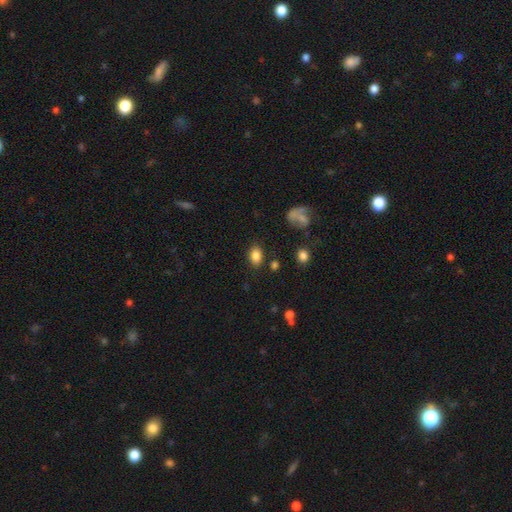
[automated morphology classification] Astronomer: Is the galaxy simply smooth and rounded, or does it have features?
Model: smooth — 84%.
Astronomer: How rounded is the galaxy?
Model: in between — 80%.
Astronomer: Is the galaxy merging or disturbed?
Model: none — 82%.